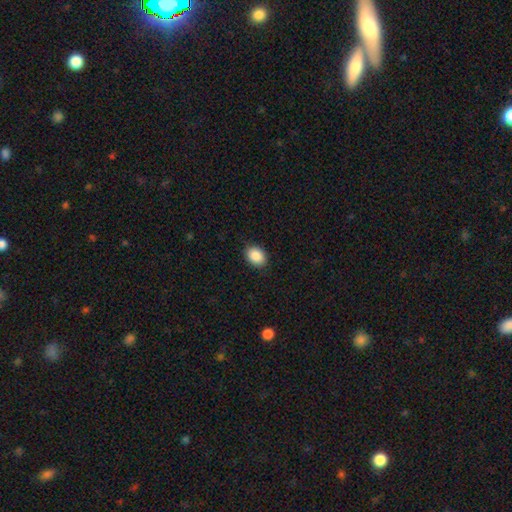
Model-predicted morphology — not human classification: This is clearly a smooth galaxy (89%). How rounded: likely in between (69%). Merging: clearly none (88%).